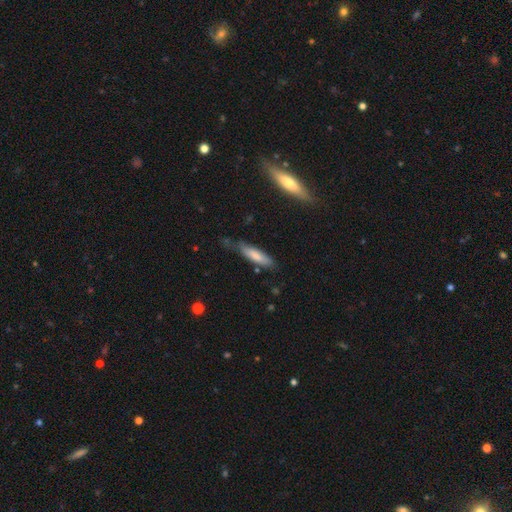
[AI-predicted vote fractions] Overall: smooth (75%). How rounded: cigar-shaped (70%). Merging: none (60%; minor disturbance 29%).